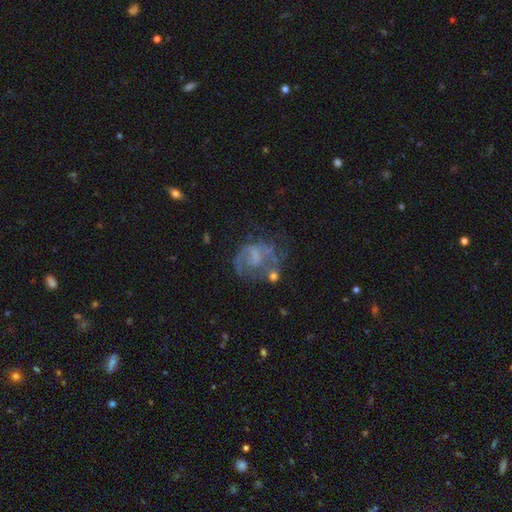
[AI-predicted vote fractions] This is likely a featured or disk galaxy (66%). It is clearly not viewed edge-on (98%). Bar: possibly no (58%). Spiral arm pattern: possibly yes (56%). Central bulge: possibly none (55%). Merging: marginally none (38%).